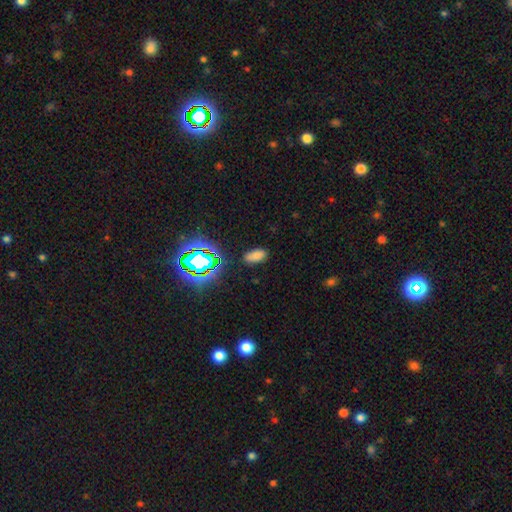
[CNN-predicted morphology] Overall: smooth (72%). How rounded: in between (91%). Merging: none (85%).